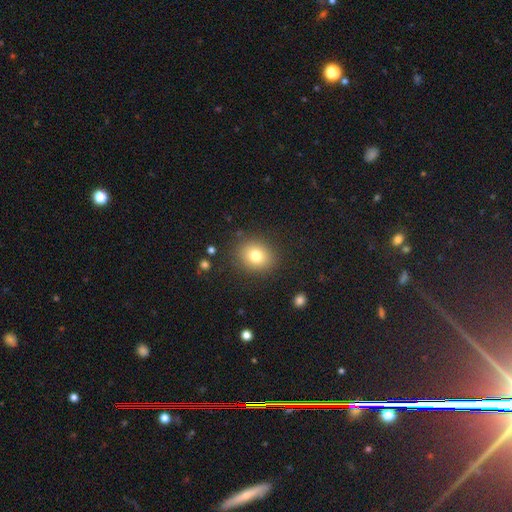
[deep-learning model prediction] Overall: smooth (79%). How rounded: round (66%; in between 33%). Merging: none (87%).